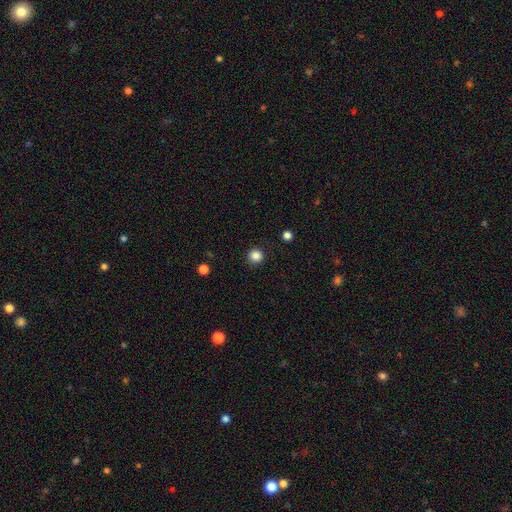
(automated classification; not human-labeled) This appears to be a smooth galaxy with no disk features (85%) that is round (94%). Merging: none (90%).